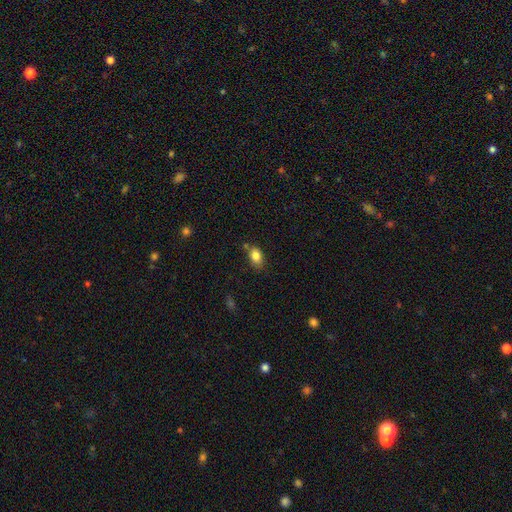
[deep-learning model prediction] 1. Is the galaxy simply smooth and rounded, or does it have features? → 83% smooth, 9% star or artifact, 7% featured or disk.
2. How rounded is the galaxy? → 79% in between, 19% round, 2% cigar-shaped.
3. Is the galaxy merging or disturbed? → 67% none, 21% minor disturbance, 8% merger, 4% major disturbance.